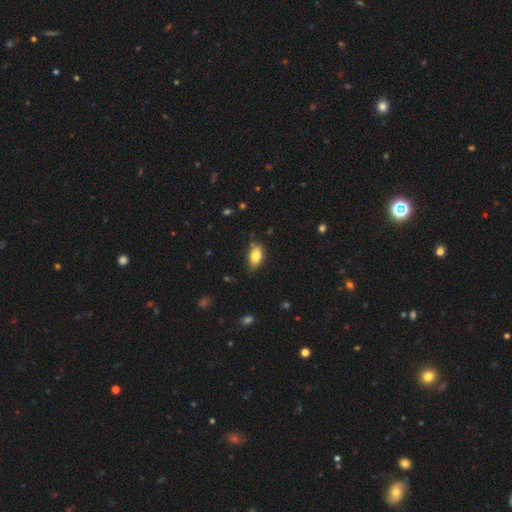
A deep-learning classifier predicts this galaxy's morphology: type=smooth (82%); roundness=in between (90%); merging=none (76%).